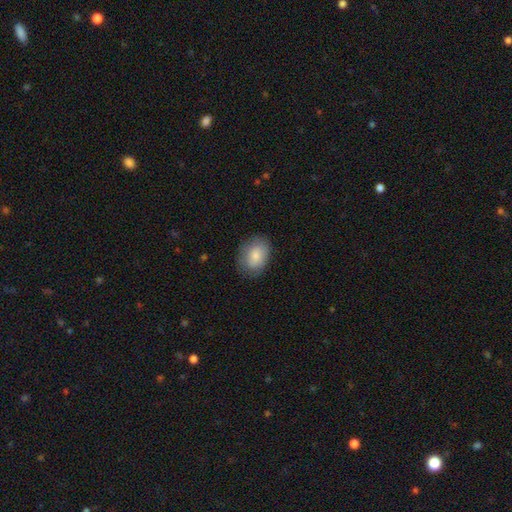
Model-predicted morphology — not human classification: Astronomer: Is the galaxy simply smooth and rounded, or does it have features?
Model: smooth — 81%.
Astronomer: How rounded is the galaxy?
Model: in between — 77%.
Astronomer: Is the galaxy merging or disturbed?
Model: none — 77%.